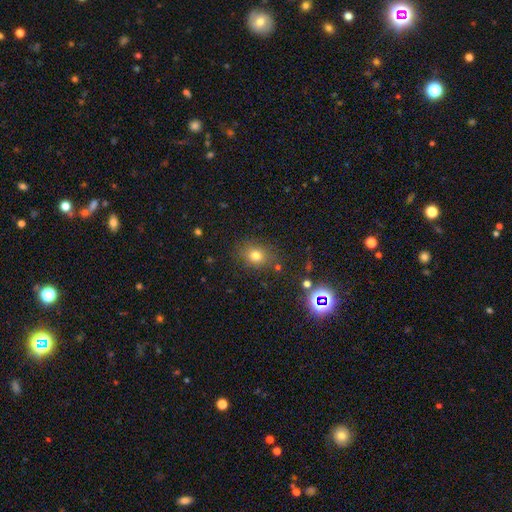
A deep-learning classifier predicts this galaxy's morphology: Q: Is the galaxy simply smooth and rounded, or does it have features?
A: smooth — 74%.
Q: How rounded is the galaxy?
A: round — 60%.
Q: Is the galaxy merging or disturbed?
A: none — 80%.